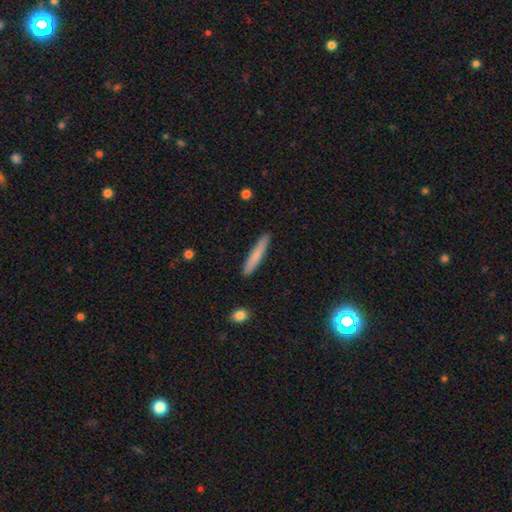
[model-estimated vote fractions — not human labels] Smooth or featured?
  - smooth: 77% *
  - featured or disk: 17%
  - star or artifact: 6%
How rounded?
  - cigar-shaped: 94% *
  - in between: 4%
  - round: 1%
Merging?
  - none: 90% *
  - minor disturbance: 7%
  - major disturbance: 2%
  - merger: 1%